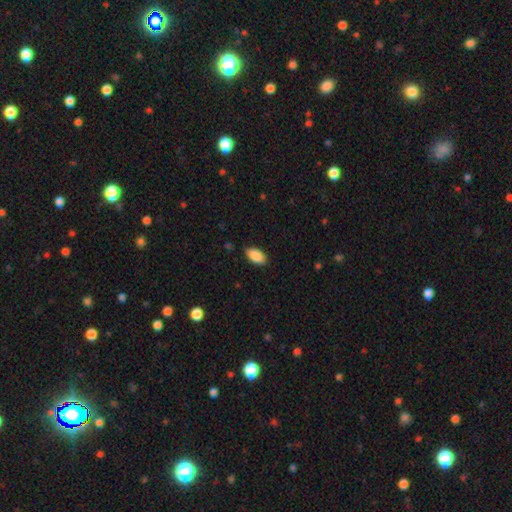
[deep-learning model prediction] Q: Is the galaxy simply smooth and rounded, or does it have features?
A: smooth — 89%.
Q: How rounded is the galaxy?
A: in between — 94%.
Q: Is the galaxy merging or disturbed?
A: none — 85%.